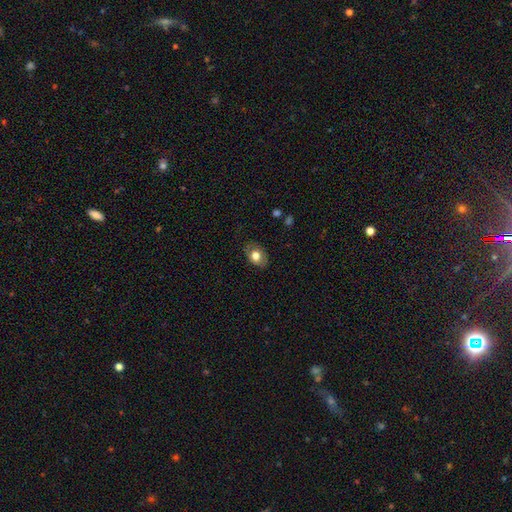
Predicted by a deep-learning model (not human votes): Smooth or featured?
  - smooth: 73% *
  - featured or disk: 19%
  - star or artifact: 8%
How rounded?
  - in between: 77% *
  - round: 22%
  - cigar-shaped: 1%
Merging?
  - none: 81% *
  - minor disturbance: 15%
  - major disturbance: 3%
  - merger: 1%